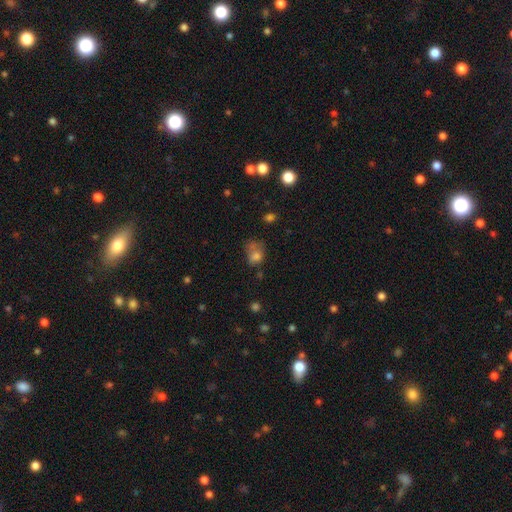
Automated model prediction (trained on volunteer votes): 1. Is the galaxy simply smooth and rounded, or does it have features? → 71% smooth, 14% star or artifact, 14% featured or disk.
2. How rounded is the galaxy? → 55% in between, 43% round, 1% cigar-shaped.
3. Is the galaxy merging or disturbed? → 31% none, 24% merger, 23% minor disturbance, 22% major disturbance.